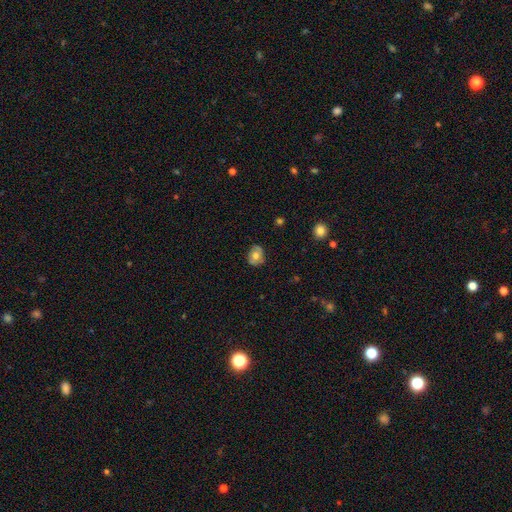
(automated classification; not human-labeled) Smooth or featured: smooth — 60% (featured or disk — 32%)
How rounded: round — 60% (in between — 39%)
Merging: none — 76% (minor disturbance — 19%)